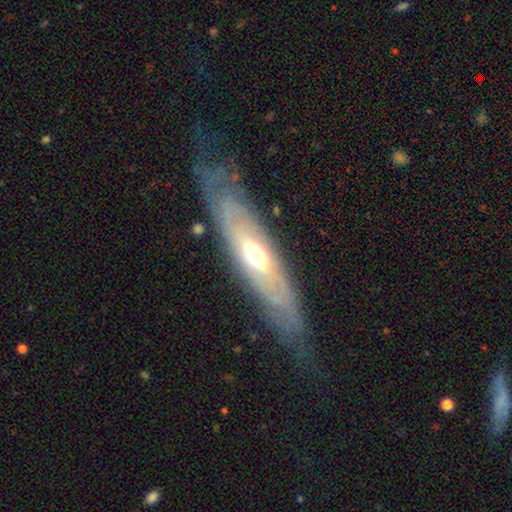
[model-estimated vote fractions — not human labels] This appears to be a featured or disk galaxy (71%). Merging: none (74%).